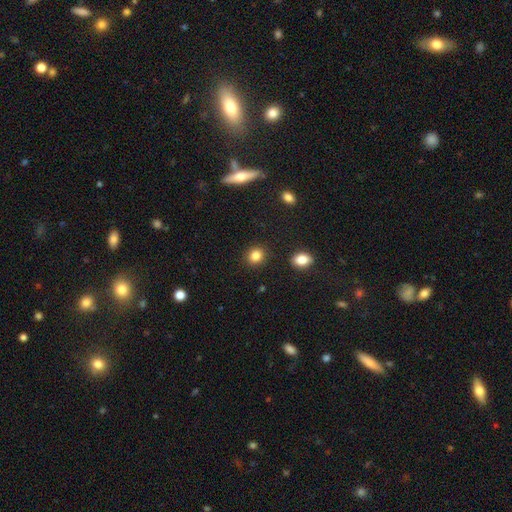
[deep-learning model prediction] smooth 84%, star or artifact 11%, featured or disk 5%. Down the decision tree: how rounded — round (78%); merging — none (90%).